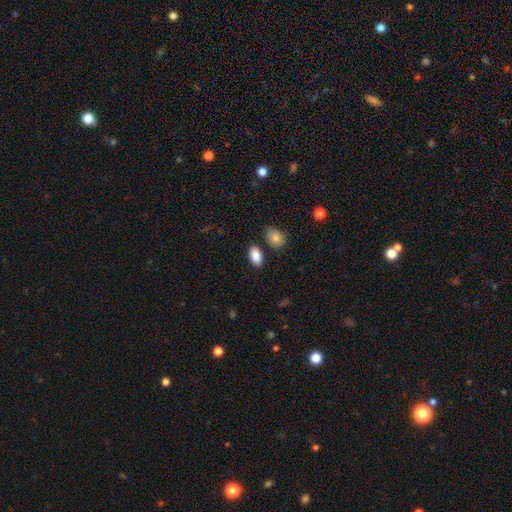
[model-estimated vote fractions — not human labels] smooth-or-featured: smooth: 88% | star or artifact: 7% | featured or disk: 5%
  how-rounded: in between: 93% | round: 5% | cigar-shaped: 3%
  merging: none: 81% | minor disturbance: 11% | merger: 5% | major disturbance: 3%